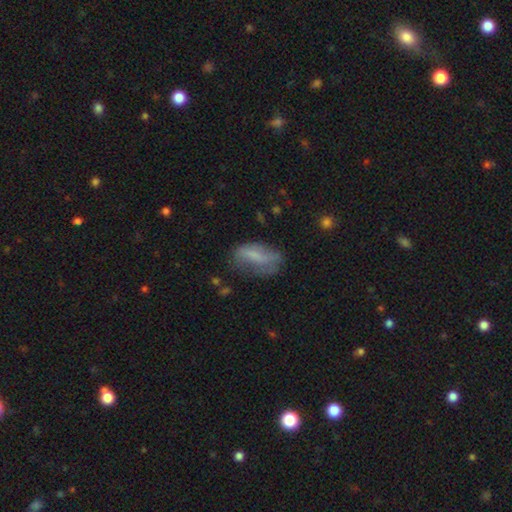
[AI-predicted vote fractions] A smooth galaxy with no disk features (60%) that is in between round and cigar-shaped (82%).

Vote fractions:
- Smooth or featured? smooth: 60% / featured or disk: 31% / star or artifact: 10%
- How rounded? in between: 82% / cigar-shaped: 13% / round: 5%
- Merging? none: 44% / minor disturbance: 31% / major disturbance: 21% / merger: 3%